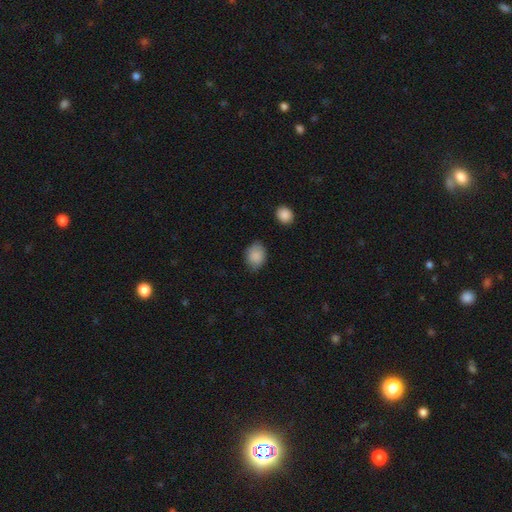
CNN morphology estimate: type=smooth (87%); roundness=in between (65%); merging=none (74%).